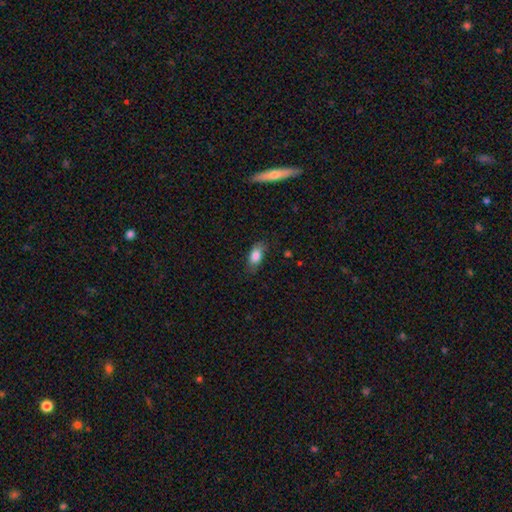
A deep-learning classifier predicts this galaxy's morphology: smooth_or_featured: smooth (p=0.81) [alt: featured or disk p=0.11]
how_rounded: in between (p=0.87) [alt: cigar-shaped p=0.07]
merging: none (p=0.74) [alt: minor disturbance p=0.20]